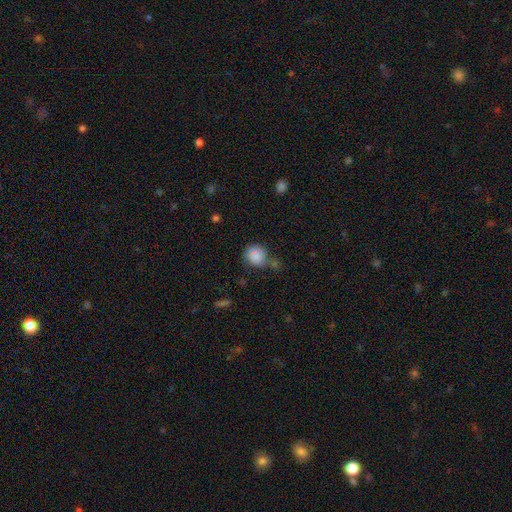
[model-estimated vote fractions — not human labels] Overall: smooth (86%). How rounded: round (79%). Merging: none (59%; minor disturbance 20%).